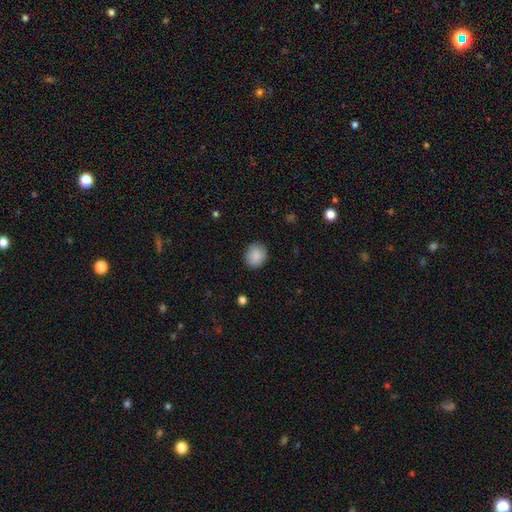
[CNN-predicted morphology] Overall: smooth (88%). How rounded: round (68%; in between 31%). Merging: none (87%).